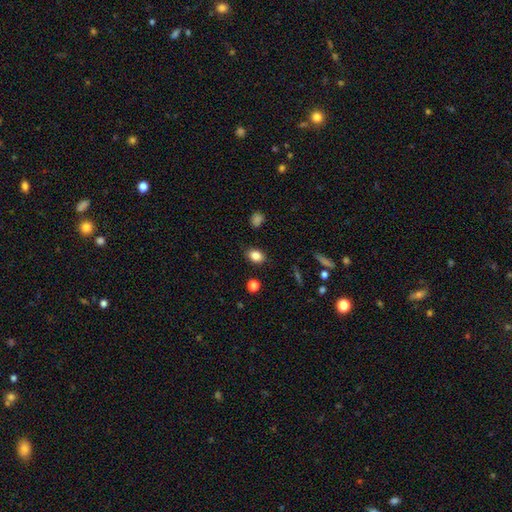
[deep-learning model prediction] Smooth or featured? smooth (85%)
How rounded? in between (71%)
Merging? none (86%)